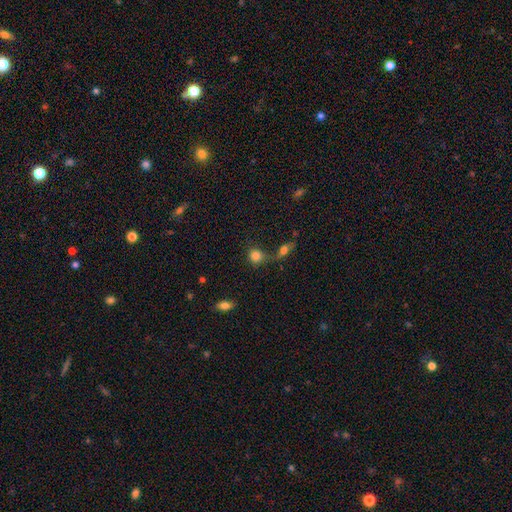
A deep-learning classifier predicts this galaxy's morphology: This is clearly a smooth galaxy (82%). How rounded: likely round (80%). Merging: possibly none (46%).